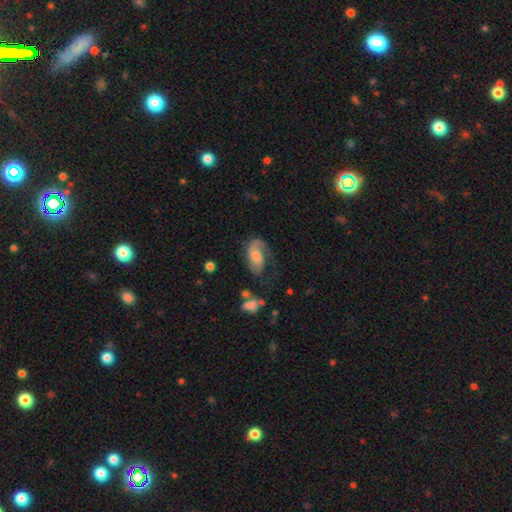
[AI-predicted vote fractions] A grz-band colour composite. It shows a featured or disk galaxy (67%) with no bar (62%), 2 (50%) medium (43%) spiral arms (90%) and a moderate central bulge (46%). Merging: none (48%).